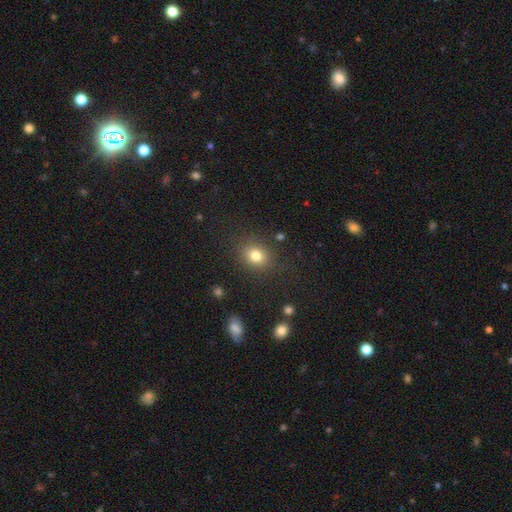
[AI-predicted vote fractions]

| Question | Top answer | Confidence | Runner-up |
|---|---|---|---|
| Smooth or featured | smooth | 80% | star or artifact (13%) |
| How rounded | round | 61% | in between (38%) |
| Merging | none | 84% | minor disturbance (10%) |